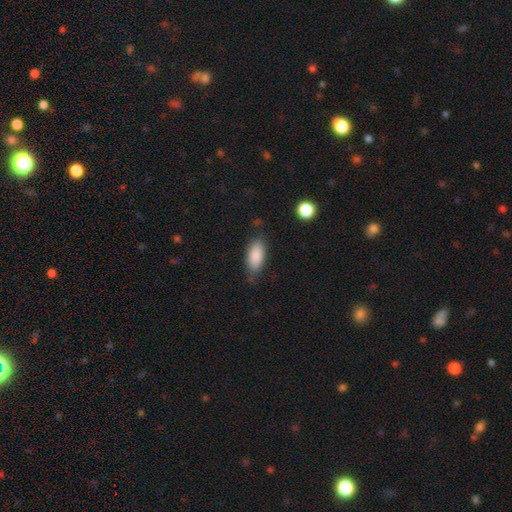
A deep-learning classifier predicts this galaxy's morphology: The model was most divided on "merging": none: 76%, minor disturbance: 18%, major disturbance: 4%, merger: 2%. More confident: smooth or featured — smooth (87%); how rounded — in between (86%).